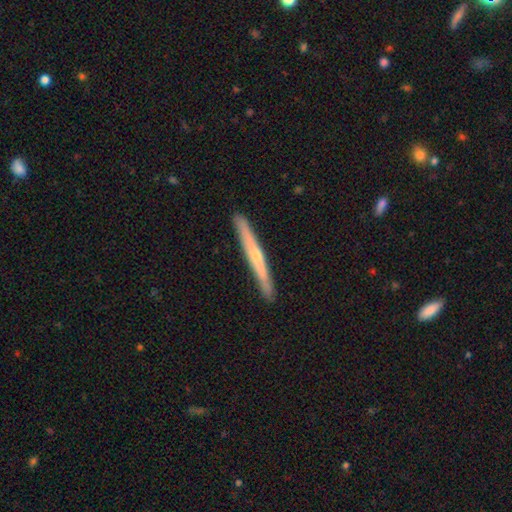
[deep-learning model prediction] Morphology: type=featured or disk (57%); edge-on=yes (96%); edge-on bulge=rounded (54%); merging=none (91%).